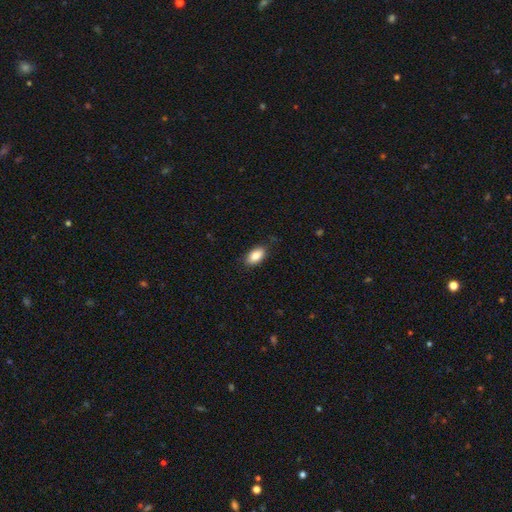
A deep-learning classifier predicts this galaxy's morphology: Overall: smooth (86%). How rounded: in between (92%). Merging: none (85%).